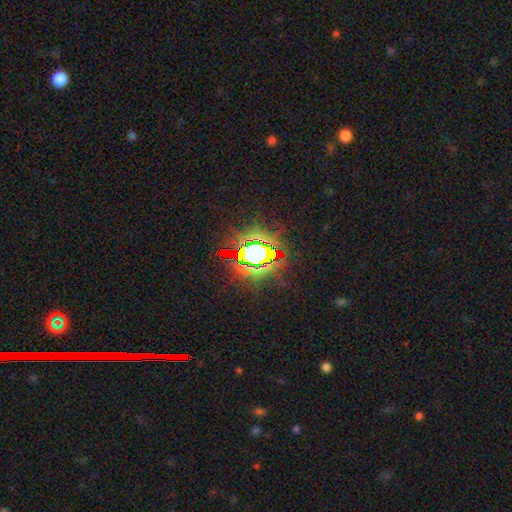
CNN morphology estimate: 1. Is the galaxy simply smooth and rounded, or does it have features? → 73% star or artifact, 14% smooth, 12% featured or disk.